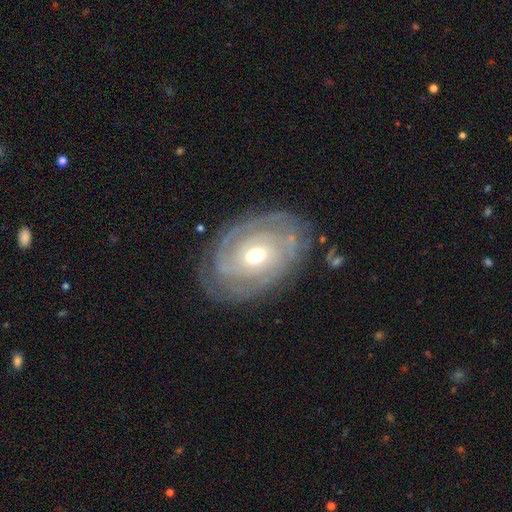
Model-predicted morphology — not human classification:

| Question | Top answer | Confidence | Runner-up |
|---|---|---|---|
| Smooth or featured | featured or disk | 84% | smooth (10%) |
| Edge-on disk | no | 95% | yes (5%) |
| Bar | no | 63% | weak (29%) |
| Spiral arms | yes | 91% | no (9%) |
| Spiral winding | tight | 75% | medium (19%) |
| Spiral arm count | can't tell | 35% | 2 (34%) |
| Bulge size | moderate | 68% | small (23%) |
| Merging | none | 76% | minor disturbance (16%) |